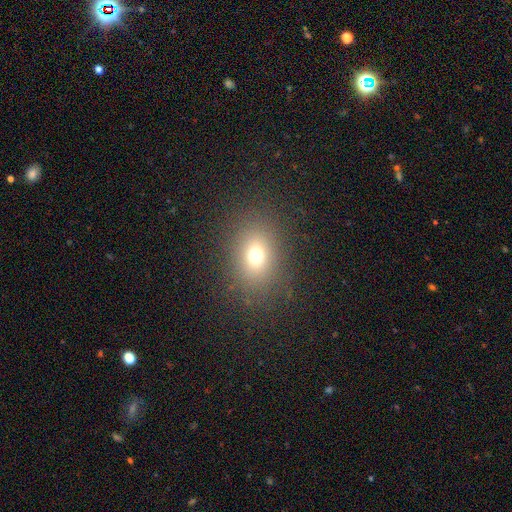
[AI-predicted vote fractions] smooth-or-featured: smooth: 69% | star or artifact: 19% | featured or disk: 12%
  how-rounded: in between: 51% | round: 47% | cigar-shaped: 1%
  merging: none: 83% | minor disturbance: 9% | major disturbance: 6% | merger: 1%